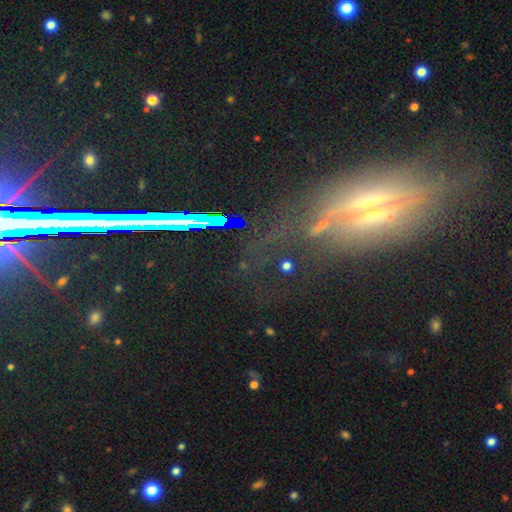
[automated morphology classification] A featured or disk galaxy (48%).

Vote fractions:
- Smooth or featured? featured or disk: 48% / star or artifact: 33% / smooth: 19%
- Merging? none: 59% / minor disturbance: 19% / major disturbance: 18% / merger: 5%